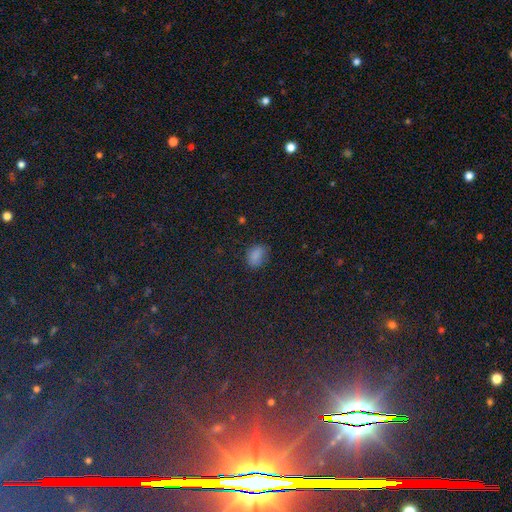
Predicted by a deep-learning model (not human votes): This appears to be a smooth galaxy with no disk features (80%) that is in between round and cigar-shaped (75%). Merging: none (73%).